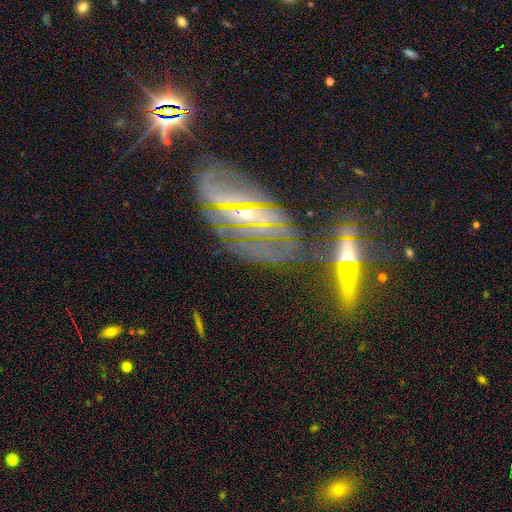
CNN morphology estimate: smooth-or-featured: featured or disk: 71% | star or artifact: 17% | smooth: 11%
  disk-edge-on: no: 66% | yes: 34%
  merging: none: 60% | minor disturbance: 17% | major disturbance: 12% | merger: 11%